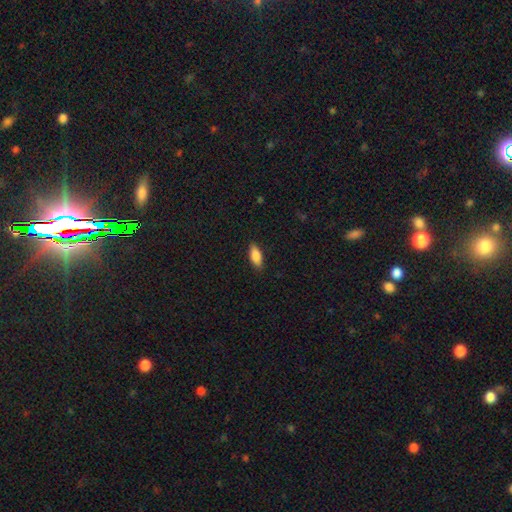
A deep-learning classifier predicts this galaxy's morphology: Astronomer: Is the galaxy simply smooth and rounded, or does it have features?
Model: smooth — 85%.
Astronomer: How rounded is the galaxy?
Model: in between — 82%.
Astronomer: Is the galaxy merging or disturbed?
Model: none — 87%.